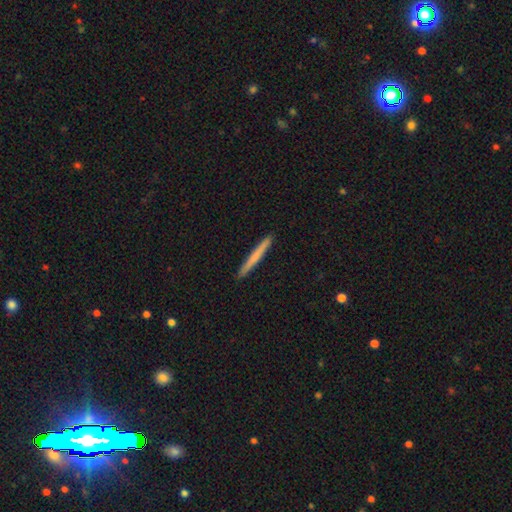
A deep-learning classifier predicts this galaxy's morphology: A smooth galaxy with no disk features (67%) that is cigar-shaped (97%).

Vote fractions:
- Smooth or featured? smooth: 67% / featured or disk: 28% / star or artifact: 5%
- How rounded? cigar-shaped: 97% / in between: 2% / round: 1%
- Merging? none: 93% / minor disturbance: 5% / major disturbance: 1% / merger: 1%